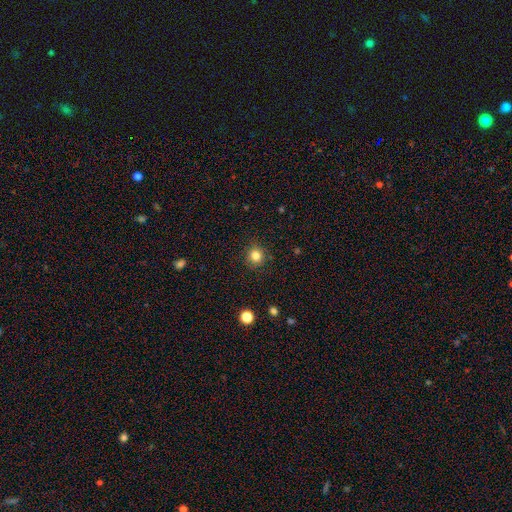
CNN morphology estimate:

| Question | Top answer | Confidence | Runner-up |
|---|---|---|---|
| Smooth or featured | smooth | 83% | star or artifact (12%) |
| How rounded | round | 90% | in between (9%) |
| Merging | none | 89% | minor disturbance (7%) |